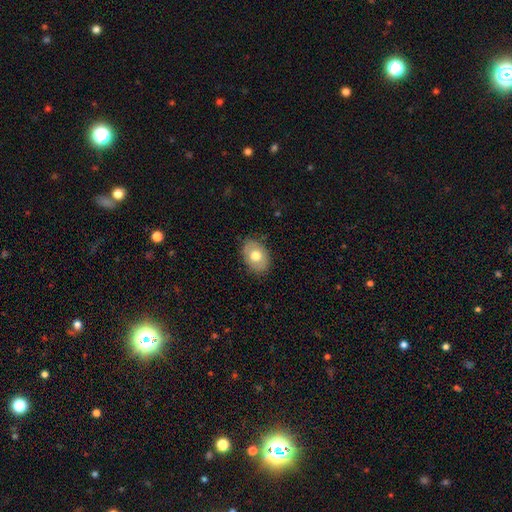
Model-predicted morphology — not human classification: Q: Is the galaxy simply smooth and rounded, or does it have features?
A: smooth — 69%.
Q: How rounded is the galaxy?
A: in between — 77%.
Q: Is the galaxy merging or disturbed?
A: none — 85%.